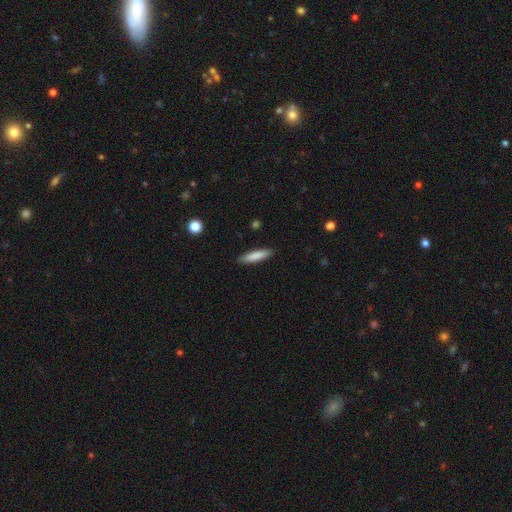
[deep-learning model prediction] Smooth or featured?
  - smooth: 82% *
  - featured or disk: 12%
  - star or artifact: 6%
How rounded?
  - cigar-shaped: 83% *
  - in between: 15%
  - round: 1%
Merging?
  - none: 90% *
  - minor disturbance: 7%
  - major disturbance: 2%
  - merger: 1%